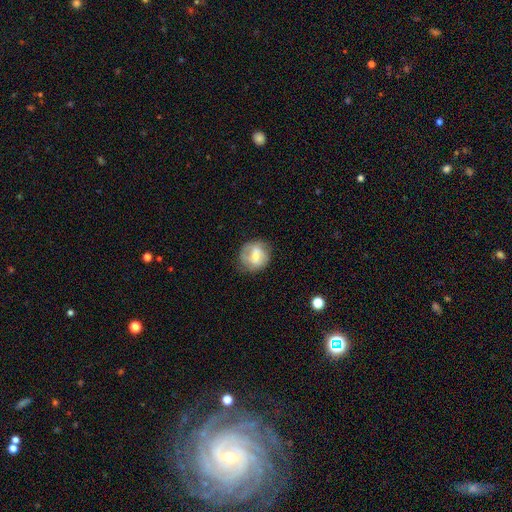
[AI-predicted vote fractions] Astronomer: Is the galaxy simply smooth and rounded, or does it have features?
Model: featured or disk — 49% (runner-up: smooth, 44%).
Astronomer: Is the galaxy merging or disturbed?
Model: none — 67%.